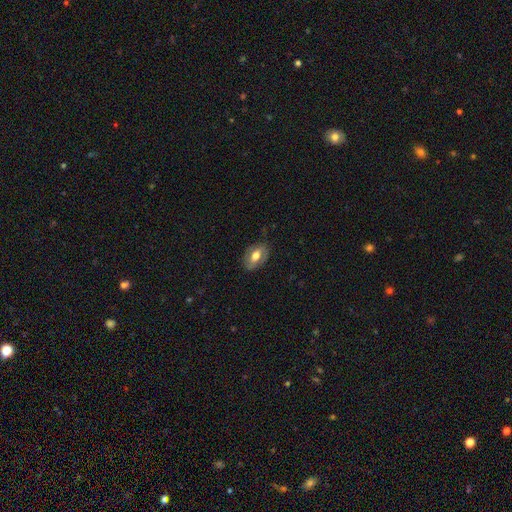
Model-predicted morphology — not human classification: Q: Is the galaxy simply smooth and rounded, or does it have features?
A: smooth — 54%.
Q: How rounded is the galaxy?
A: in between — 89%.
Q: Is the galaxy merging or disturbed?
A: none — 76%.